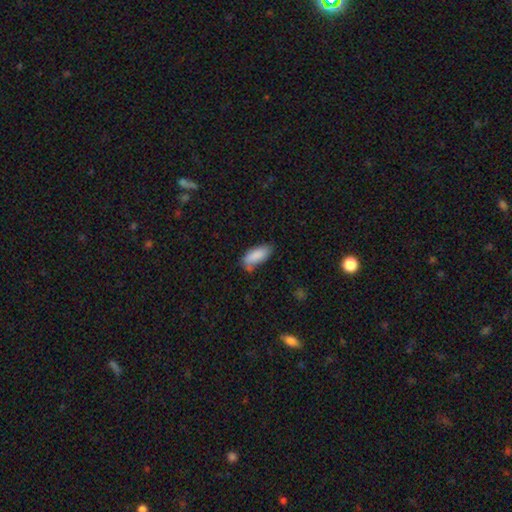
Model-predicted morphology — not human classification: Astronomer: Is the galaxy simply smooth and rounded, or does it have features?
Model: smooth — 86%.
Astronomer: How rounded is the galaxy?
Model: in between — 80%.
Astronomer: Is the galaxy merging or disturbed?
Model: none — 59%.